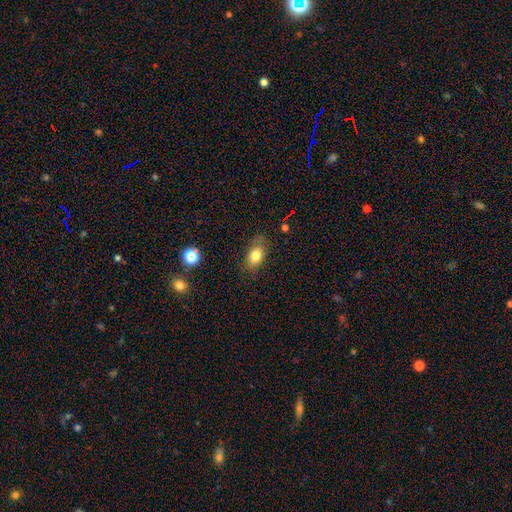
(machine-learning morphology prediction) smooth_or_featured: smooth (p=0.78) [alt: featured or disk p=0.12]
how_rounded: in between (p=0.82) [alt: round p=0.15]
merging: none (p=0.73) [alt: minor disturbance p=0.19]